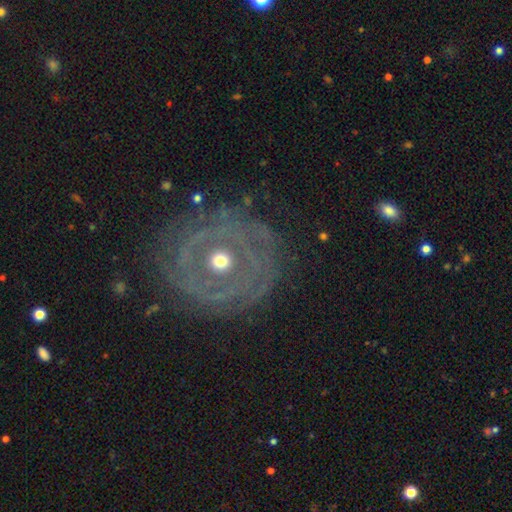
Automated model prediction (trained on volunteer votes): Overall: featured or disk (81%). Edge-on disk: no (96%). Bar: no (81%). Spiral arms: yes (70%; no 30%). Spiral arm count: can't tell (41%; 2 19%). Spiral winding: tight (79%). Bulge size: moderate (66%; small 29%). Merging: none (77%).